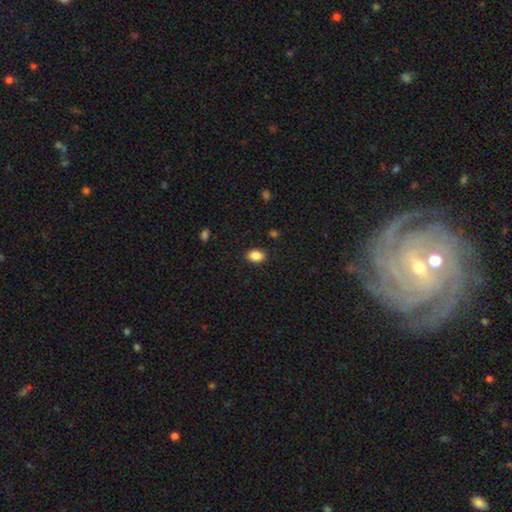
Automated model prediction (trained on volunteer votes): Overall: smooth (88%). How rounded: in between (78%). Merging: none (88%).